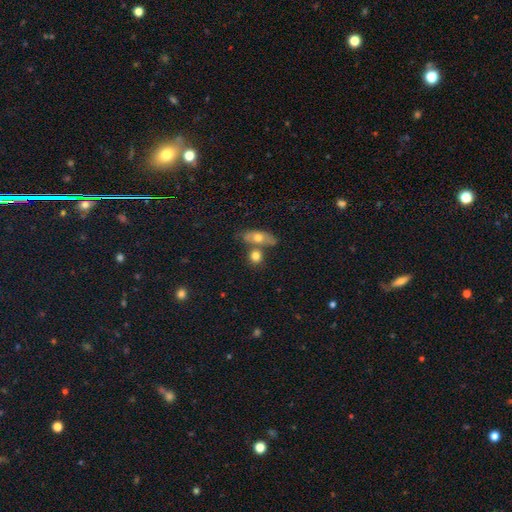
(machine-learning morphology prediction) type=smooth (76%); roundness=round (62%); merging=none (54%).